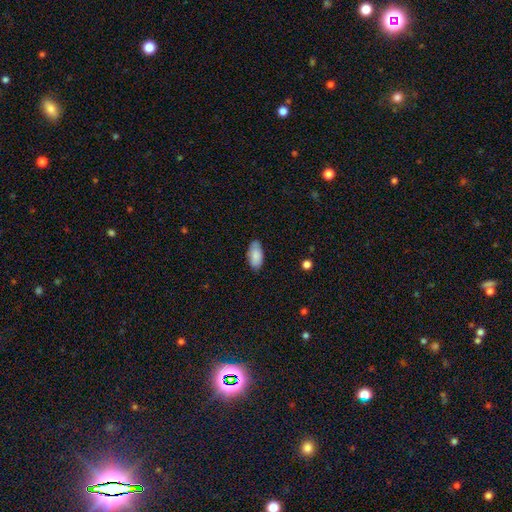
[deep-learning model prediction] A smooth galaxy with no disk features (86%) that is in between round and cigar-shaped (93%).

Vote fractions:
- Smooth or featured? smooth: 86% / featured or disk: 8% / star or artifact: 6%
- How rounded? in between: 93% / cigar-shaped: 5% / round: 2%
- Merging? none: 82% / minor disturbance: 15% / major disturbance: 3% / merger: 1%